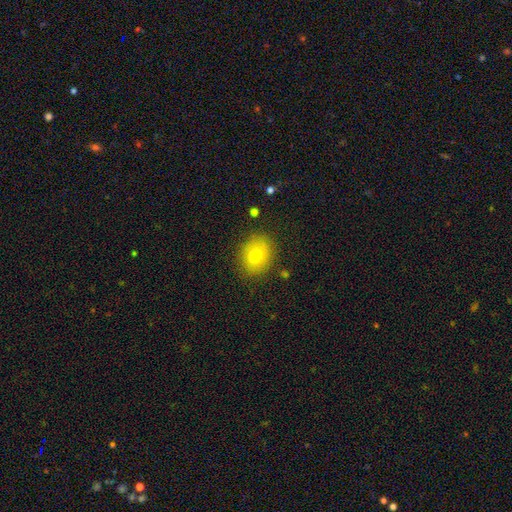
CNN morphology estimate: This is likely a smooth galaxy (75%). How rounded: possibly round (53%). Merging: clearly none (83%).